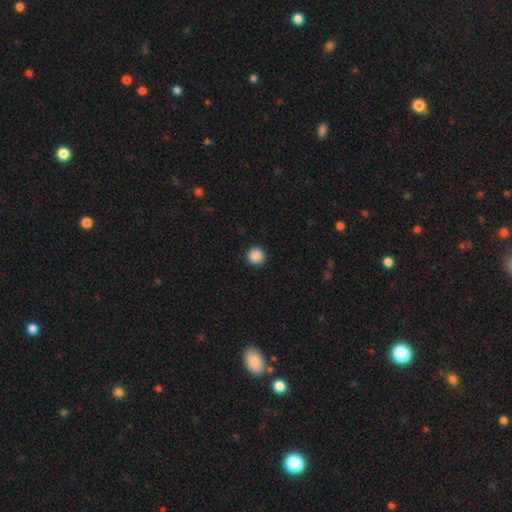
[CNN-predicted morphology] Smooth or featured: smooth — 89% (star or artifact — 9%)
How rounded: round — 95% (in between — 4%)
Merging: none — 92% (minor disturbance — 5%)